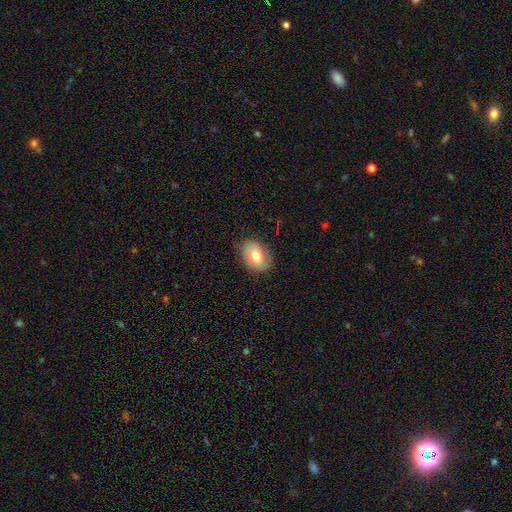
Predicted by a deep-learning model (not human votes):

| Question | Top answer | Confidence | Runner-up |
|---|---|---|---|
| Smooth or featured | smooth | 69% | featured or disk (23%) |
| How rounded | in between | 73% | round (26%) |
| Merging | none | 81% | minor disturbance (14%) |